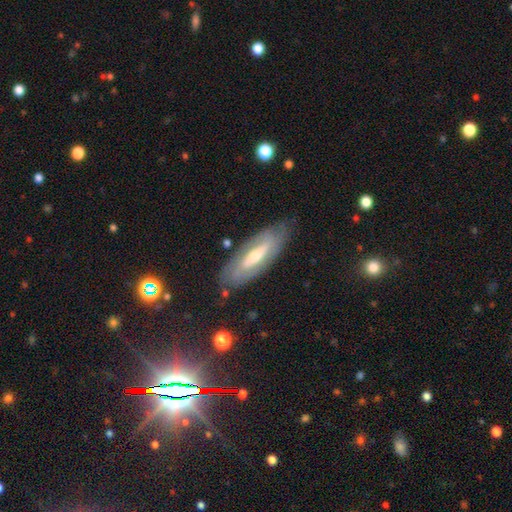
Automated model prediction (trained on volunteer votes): featured or disk 69%, smooth 23%, star or artifact 8%. Down the decision tree: edge-on disk — no (74%); bar — weak (39%); spiral arms — yes (68%); bulge size — moderate (52%); merging — none (80%).